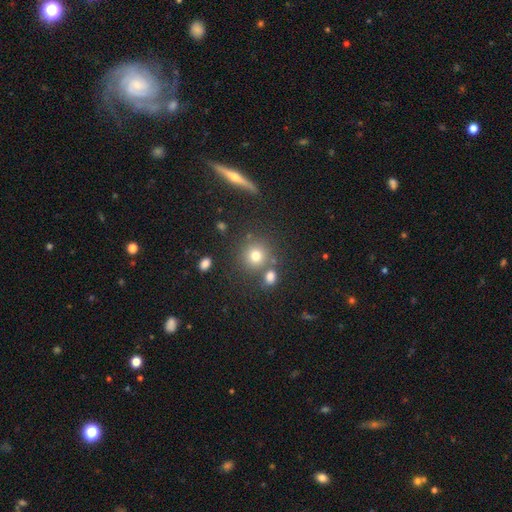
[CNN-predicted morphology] A smooth galaxy with no disk features (74%) that is round (90%).

Vote fractions:
- Smooth or featured? smooth: 74% / star or artifact: 16% / featured or disk: 10%
- How rounded? round: 90% / in between: 9% / cigar-shaped: 1%
- Merging? none: 73% / merger: 13% / minor disturbance: 9% / major disturbance: 4%